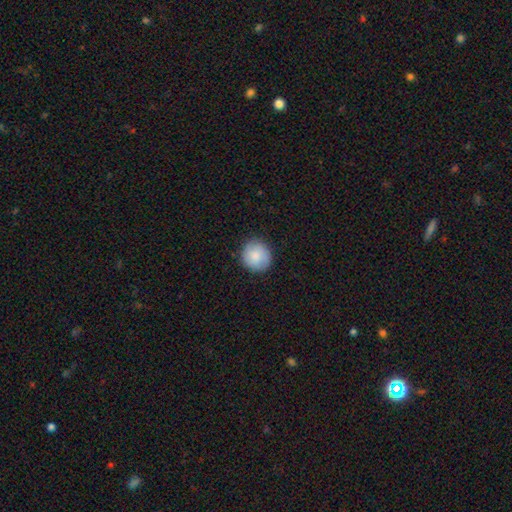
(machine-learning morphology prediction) This appears to be a smooth galaxy with no disk features (86%) that is round (92%). Merging: none (88%).